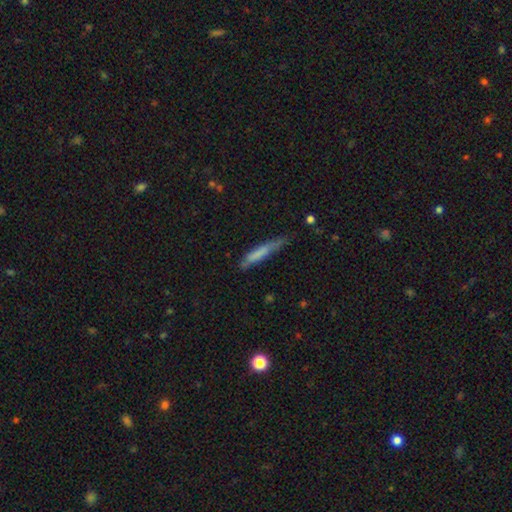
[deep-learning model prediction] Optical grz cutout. It shows a smooth galaxy with no disk features (59%) that is cigar-shaped (94%). Merging: none (73%).